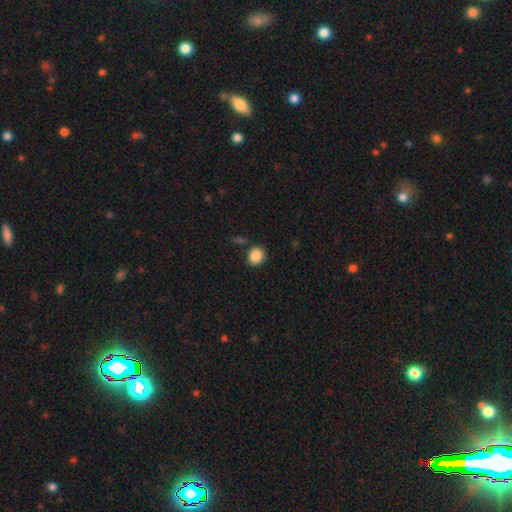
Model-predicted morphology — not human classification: Smooth or featured? Predicted: smooth (p=0.87). How rounded? Predicted: round (p=0.83). Merging? Predicted: none (p=0.83).